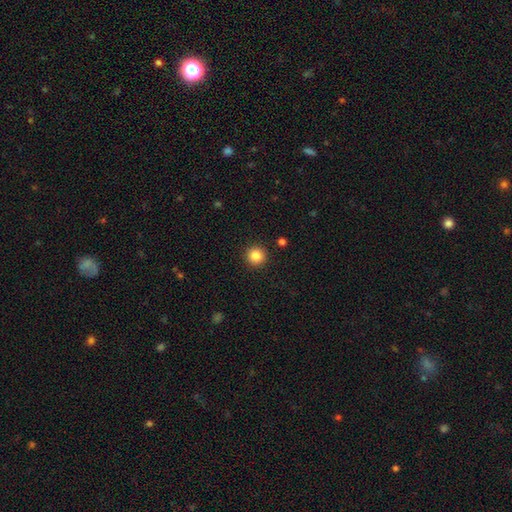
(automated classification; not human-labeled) smooth-or-featured: smooth: 86% | star or artifact: 10% | featured or disk: 4%
  how-rounded: round: 95% | in between: 4% | cigar-shaped: 1%
  merging: none: 92% | minor disturbance: 5% | major disturbance: 2% | merger: 1%